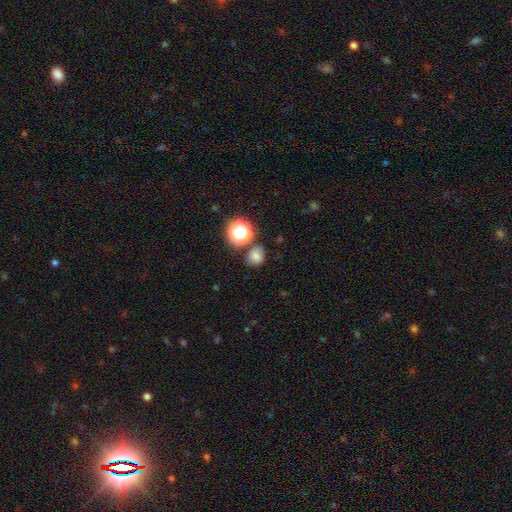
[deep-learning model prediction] Morphology: type=smooth (73%); roundness=round (69%); merging=none (73%).